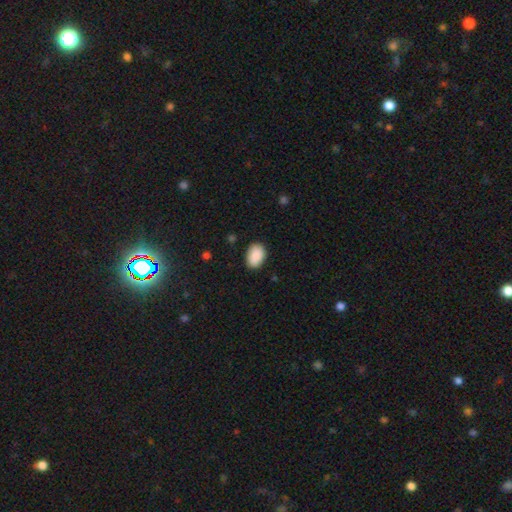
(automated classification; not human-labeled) Smooth or featured? smooth (90%)
How rounded? in between (84%)
Merging? none (84%)